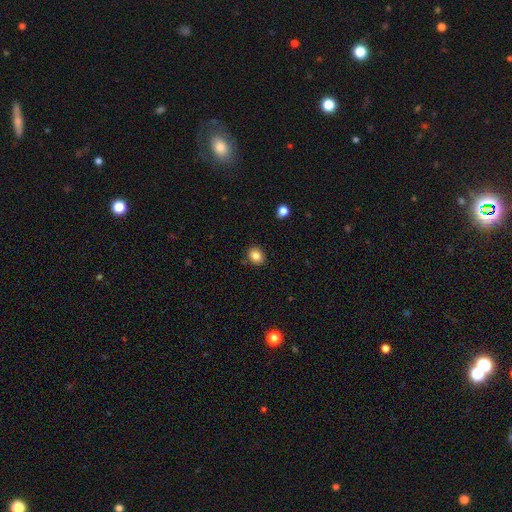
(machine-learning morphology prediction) A smooth galaxy with no disk features (82%) that is round (63%). Merging: none (86%).